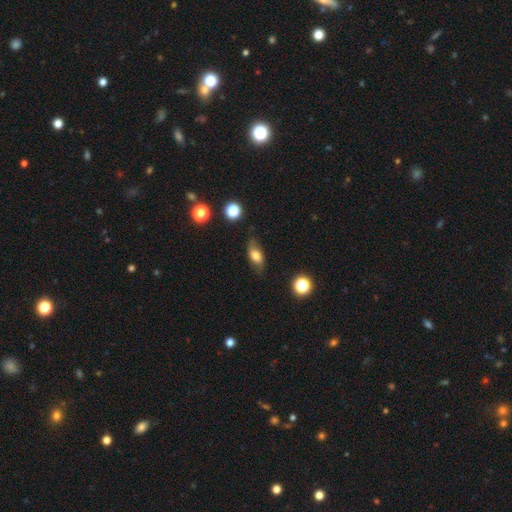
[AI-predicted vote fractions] Morphology: type=smooth (67%); roundness=in between (81%); merging=none (73%).